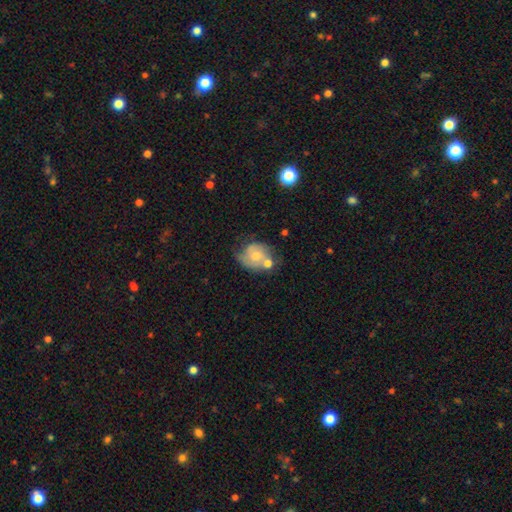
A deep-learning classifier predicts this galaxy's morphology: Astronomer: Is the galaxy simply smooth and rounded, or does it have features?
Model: featured or disk — 51% (runner-up: smooth, 41%).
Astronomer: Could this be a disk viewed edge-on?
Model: no — 97%.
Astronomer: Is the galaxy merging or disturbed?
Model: none — 38% (runner-up: merger, 27%).